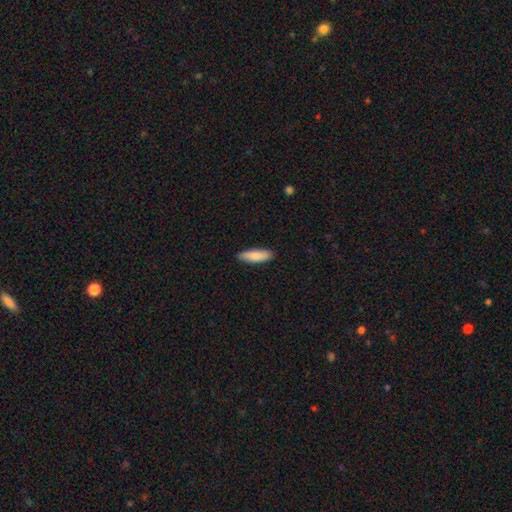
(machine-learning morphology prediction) This is clearly a smooth galaxy (85%). How rounded: possibly cigar-shaped (56%). Merging: clearly none (88%).